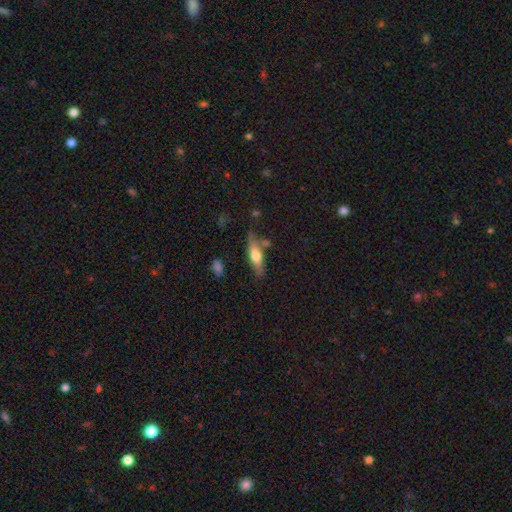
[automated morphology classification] smooth 58%, featured or disk 36%, star or artifact 7%. Down the decision tree: how rounded — cigar-shaped (54%); merging — none (67%).